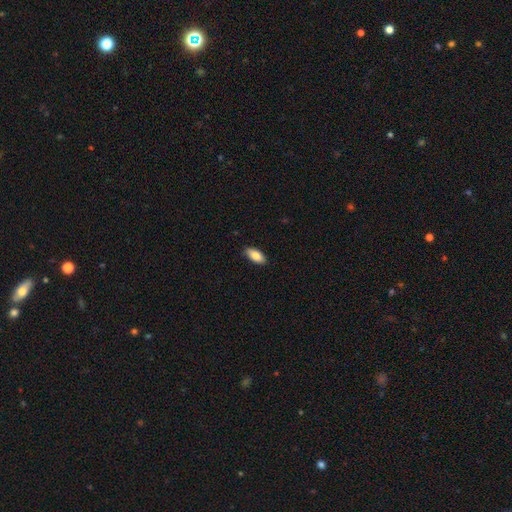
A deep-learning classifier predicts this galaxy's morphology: A smooth galaxy with no disk features (86%) that is in between round and cigar-shaped (87%).

Vote fractions:
- Smooth or featured? smooth: 86% / featured or disk: 8% / star or artifact: 6%
- How rounded? in between: 87% / cigar-shaped: 11% / round: 2%
- Merging? none: 87% / minor disturbance: 11% / major disturbance: 2% / merger: 1%